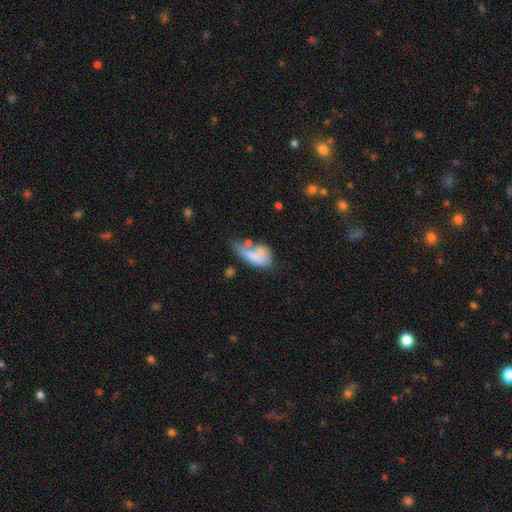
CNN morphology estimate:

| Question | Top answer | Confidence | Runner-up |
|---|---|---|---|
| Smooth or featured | smooth | 66% | featured or disk (26%) |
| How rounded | in between | 80% | cigar-shaped (13%) |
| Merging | major disturbance | 30% | merger (27%) |